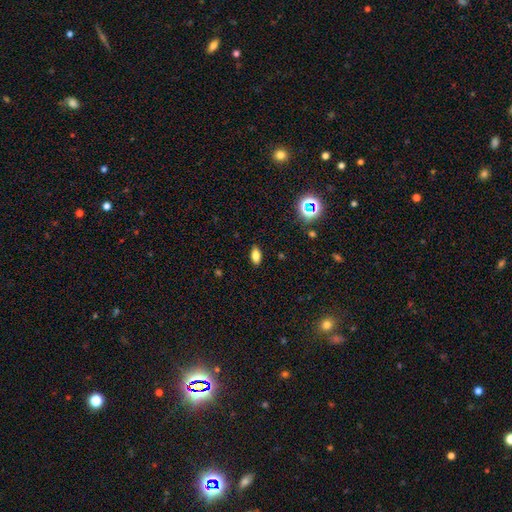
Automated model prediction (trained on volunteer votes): Morphology: type=smooth (78%); roundness=in between (89%); merging=none (88%).